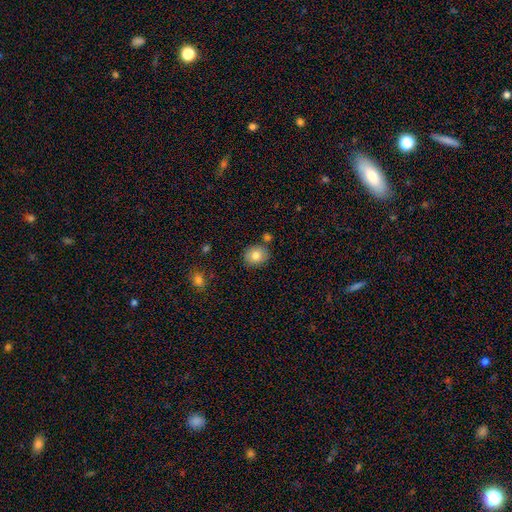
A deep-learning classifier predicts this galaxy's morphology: type=smooth (82%); roundness=round (65%); merging=none (81%).